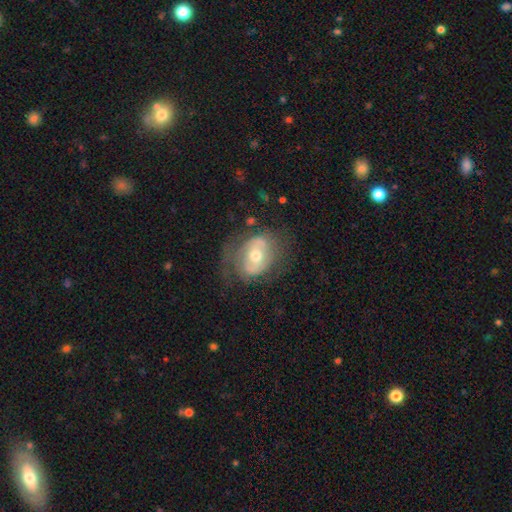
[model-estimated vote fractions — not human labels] Smooth or featured? Predicted: featured or disk (p=0.62). Edge-on disk? Predicted: no (p=0.95). Bar? Predicted: no (p=0.55). Spiral arms? Predicted: yes (p=0.55). Bulge size? Predicted: moderate (p=0.70). Merging? Predicted: none (p=0.55).